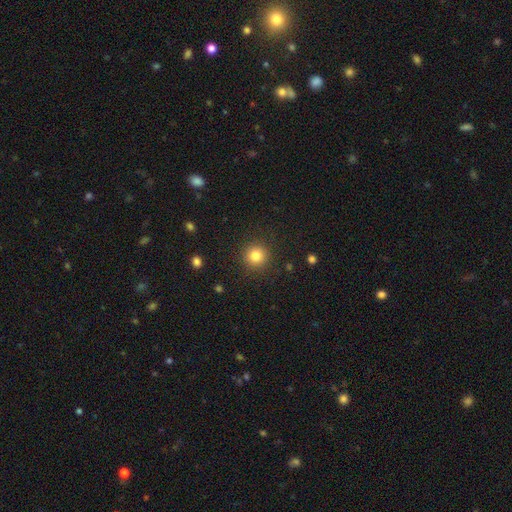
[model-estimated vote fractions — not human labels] Morphology: type=smooth (82%); roundness=round (95%); merging=none (91%).